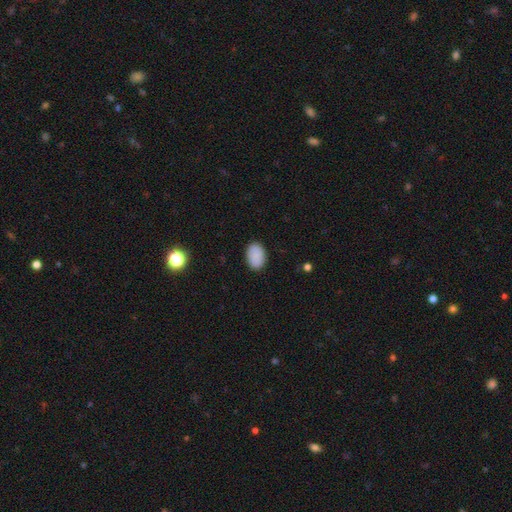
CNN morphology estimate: This is clearly a smooth galaxy (88%). How rounded: clearly in between (88%). Merging: clearly none (89%).